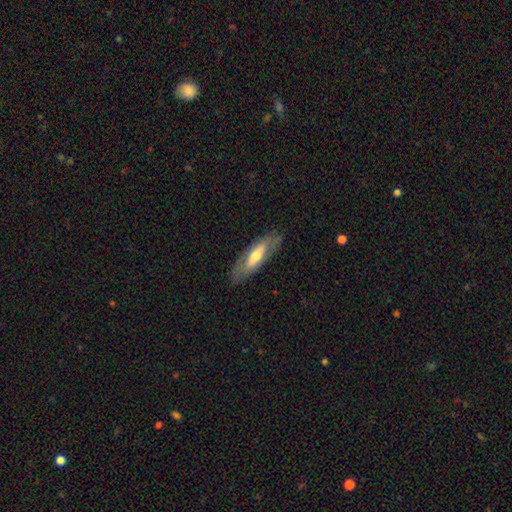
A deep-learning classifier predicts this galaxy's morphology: type=smooth (51%); roundness=in between (50%); merging=none (80%).